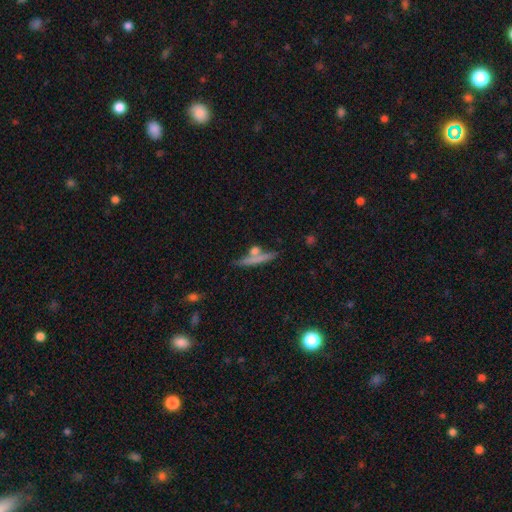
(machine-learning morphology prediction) Q: Smooth or featured?
A: smooth (60%); runner-up: featured or disk (32%)
Q: How rounded?
A: cigar-shaped (79%); runner-up: in between (13%)
Q: Merging?
A: none (56%); runner-up: merger (24%)